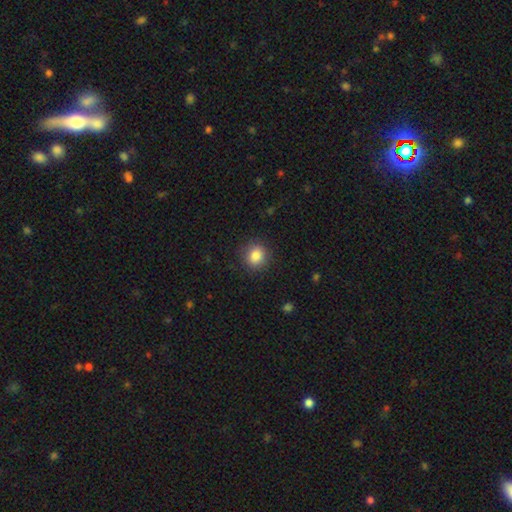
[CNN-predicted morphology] Smooth or featured? smooth (85%)
How rounded? round (82%)
Merging? none (88%)